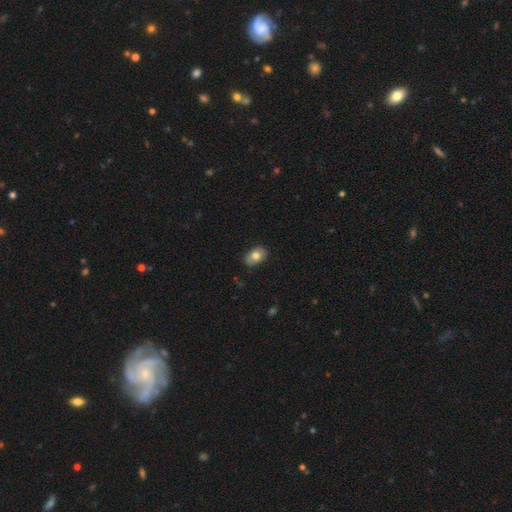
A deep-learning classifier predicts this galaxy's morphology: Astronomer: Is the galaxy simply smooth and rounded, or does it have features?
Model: smooth — 75%.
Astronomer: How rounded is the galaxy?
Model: in between — 85%.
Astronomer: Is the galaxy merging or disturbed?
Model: none — 81%.